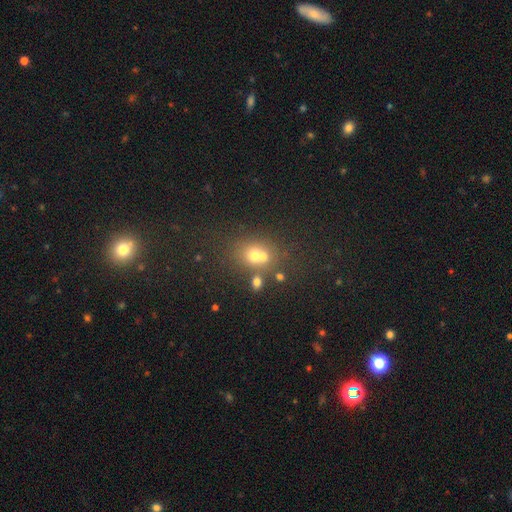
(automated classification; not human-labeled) This appears to be a smooth galaxy with no disk features (59%) that is round (68%). Merging: merger (45%).